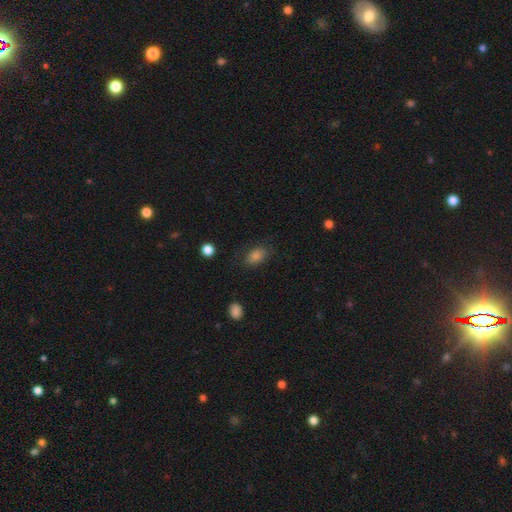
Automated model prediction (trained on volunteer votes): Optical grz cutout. It shows a smooth galaxy with no disk features (80%) that is in between round and cigar-shaped (84%). Merging: none (77%).